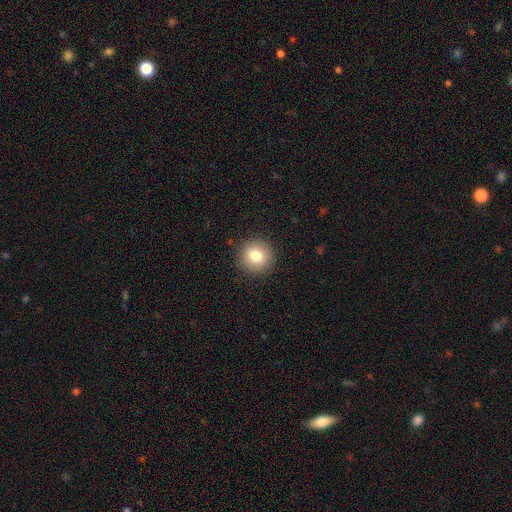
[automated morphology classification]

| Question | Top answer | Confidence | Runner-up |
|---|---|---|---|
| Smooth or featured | smooth | 81% | star or artifact (10%) |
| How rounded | round | 93% | in between (6%) |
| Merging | none | 90% | minor disturbance (6%) |